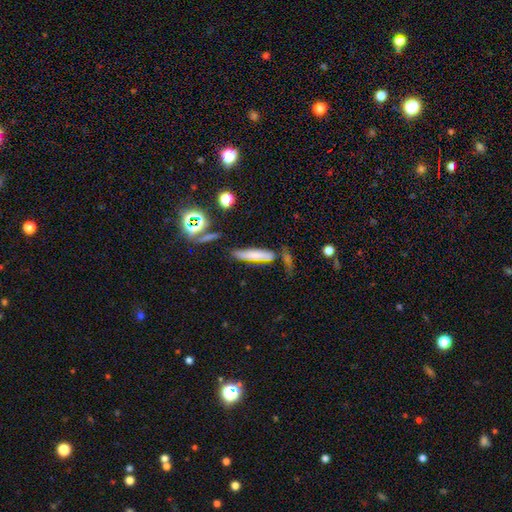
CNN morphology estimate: Smooth or featured? Predicted: smooth (p=0.68). How rounded? Predicted: cigar-shaped (p=0.82). Merging? Predicted: none (p=0.56).